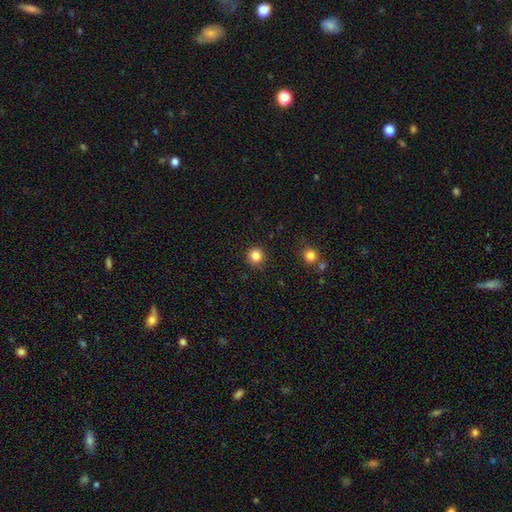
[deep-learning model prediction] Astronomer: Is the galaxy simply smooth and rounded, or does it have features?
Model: smooth — 83%.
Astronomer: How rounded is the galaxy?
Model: round — 95%.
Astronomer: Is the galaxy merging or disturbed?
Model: none — 91%.